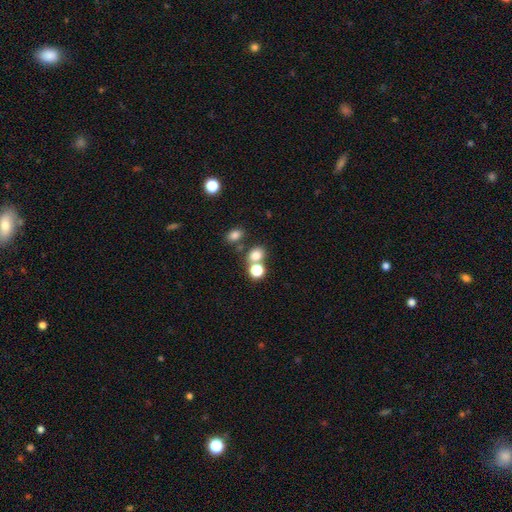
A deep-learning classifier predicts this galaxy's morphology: This is likely a smooth galaxy (75%). How rounded: possibly round (59%). Merging: possibly none (55%).